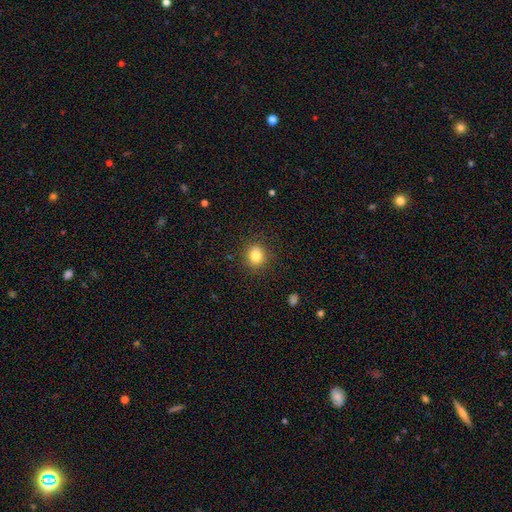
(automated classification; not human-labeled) Overall: smooth (82%). How rounded: round (78%). Merging: none (87%).